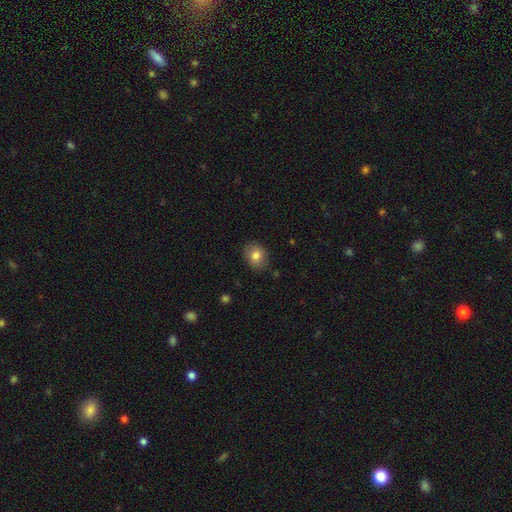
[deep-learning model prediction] Q: Smooth or featured?
A: smooth (80%); runner-up: featured or disk (10%)
Q: How rounded?
A: round (58%); runner-up: in between (41%)
Q: Merging?
A: none (87%); runner-up: minor disturbance (10%)